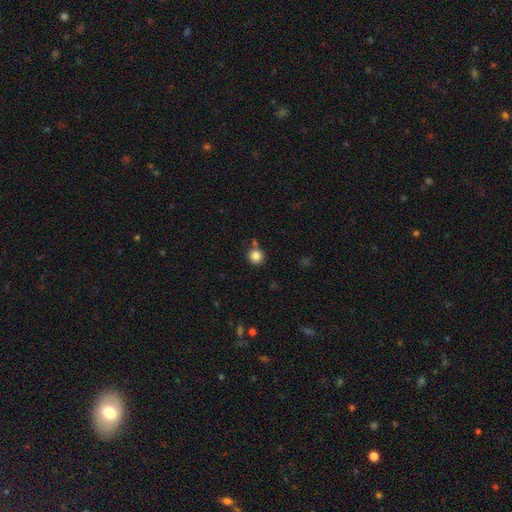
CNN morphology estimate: The model was most divided on "merging": none: 77%, minor disturbance: 10%, merger: 9%, major disturbance: 3%. More confident: how rounded — round (94%); smooth or featured — smooth (84%).